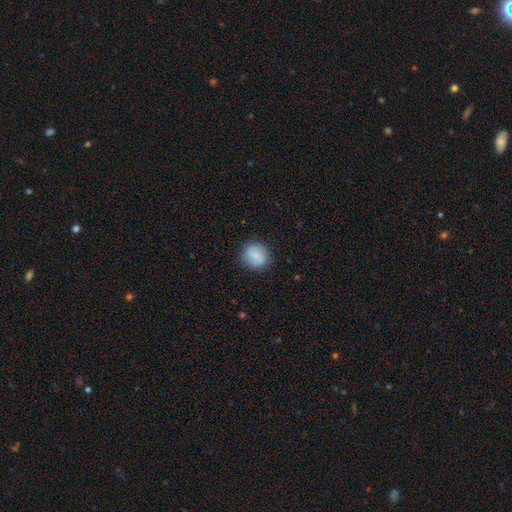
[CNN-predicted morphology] Smooth or featured: smooth — 78% (featured or disk — 14%)
How rounded: round — 82% (in between — 17%)
Merging: none — 84% (minor disturbance — 12%)